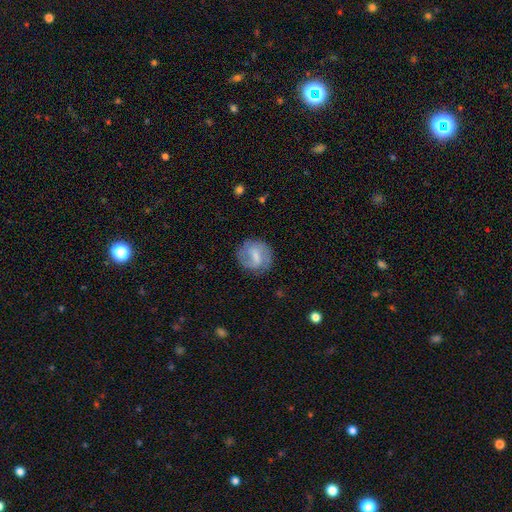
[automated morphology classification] Overall: featured or disk (55%; smooth 38%). Edge-on disk: no (97%). Bar: weak (54%; strong 26%). Spiral arms: yes (76%). Bulge size: small (39%; moderate 33%). Merging: none (73%).